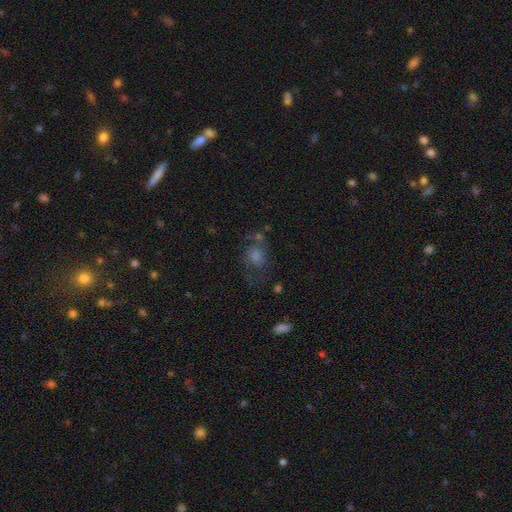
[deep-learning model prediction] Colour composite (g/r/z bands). It shows a featured or disk galaxy (45%). Merging: none (53%).